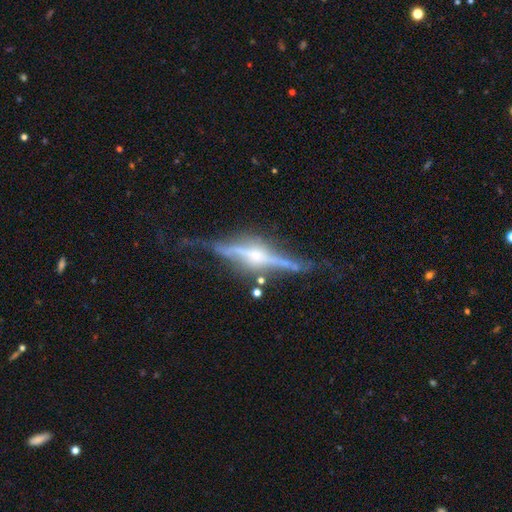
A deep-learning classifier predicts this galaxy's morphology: This is clearly a featured or disk galaxy (87%). It is clearly viewed edge-on (94%). Edge-on bulge: clearly rounded (83%). Merging: likely none (64%).